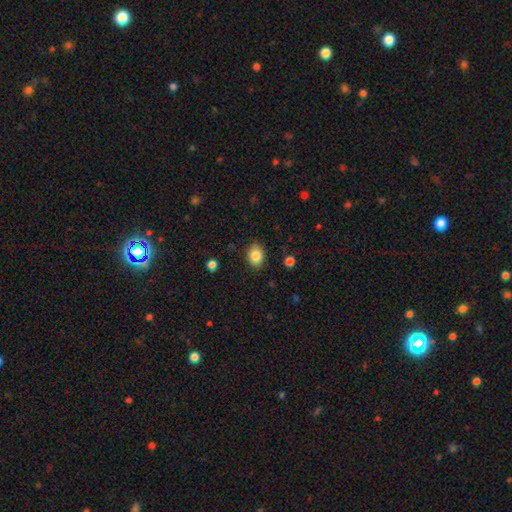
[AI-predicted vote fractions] Smooth or featured? Predicted: smooth (p=0.85). How rounded? Predicted: in between (p=0.64). Merging? Predicted: none (p=0.87).